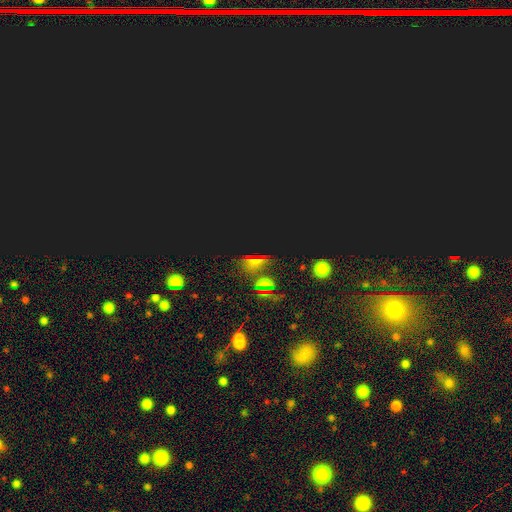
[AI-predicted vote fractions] This appears to be a star or artifact, not a galaxy (76%).